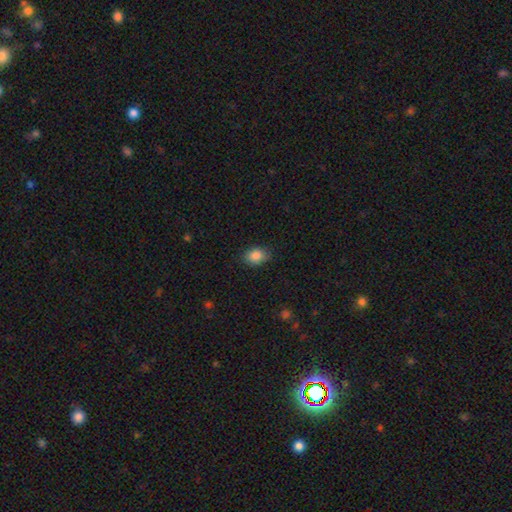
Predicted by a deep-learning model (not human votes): Smooth or featured? smooth (86%)
How rounded? in between (68%)
Merging? none (82%)